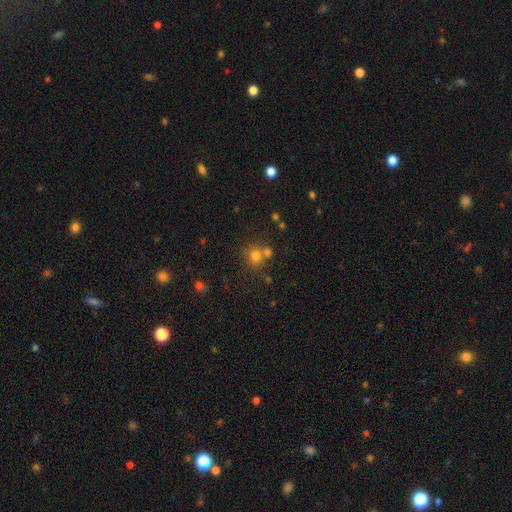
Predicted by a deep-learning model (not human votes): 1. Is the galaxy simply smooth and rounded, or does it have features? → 75% smooth, 16% star or artifact, 9% featured or disk.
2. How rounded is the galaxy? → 81% round, 18% in between, 1% cigar-shaped.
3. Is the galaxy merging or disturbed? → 54% none, 33% merger, 9% minor disturbance, 4% major disturbance.